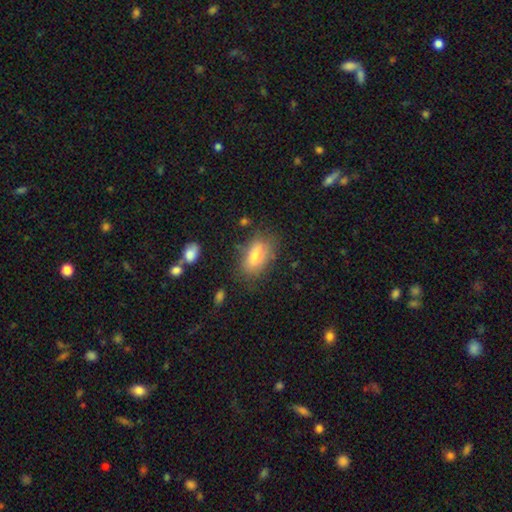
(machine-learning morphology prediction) Smooth or featured?
  - smooth: 75% *
  - featured or disk: 17%
  - star or artifact: 8%
How rounded?
  - in between: 86% *
  - cigar-shaped: 10%
  - round: 4%
Merging?
  - none: 72% *
  - minor disturbance: 19%
  - major disturbance: 6%
  - merger: 3%